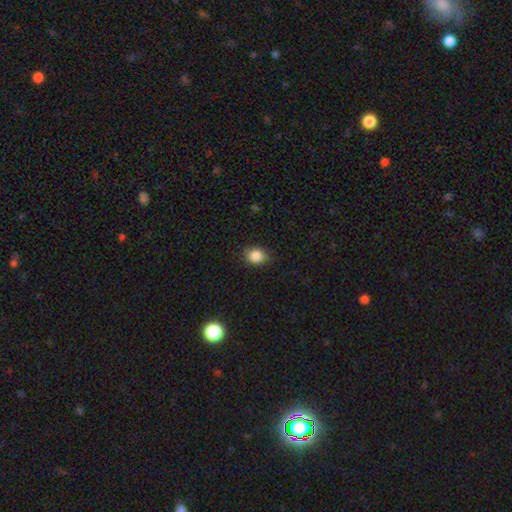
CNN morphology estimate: Q: Smooth or featured?
A: smooth (87%); runner-up: star or artifact (9%)
Q: How rounded?
A: round (50%); runner-up: in between (49%)
Q: Merging?
A: none (84%); runner-up: minor disturbance (13%)